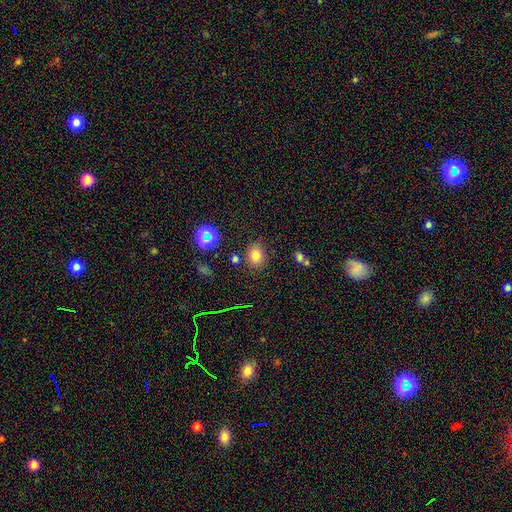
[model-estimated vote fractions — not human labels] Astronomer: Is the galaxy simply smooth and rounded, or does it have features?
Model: smooth — 75%.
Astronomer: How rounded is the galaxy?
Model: round — 63%.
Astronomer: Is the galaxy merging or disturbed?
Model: none — 80%.